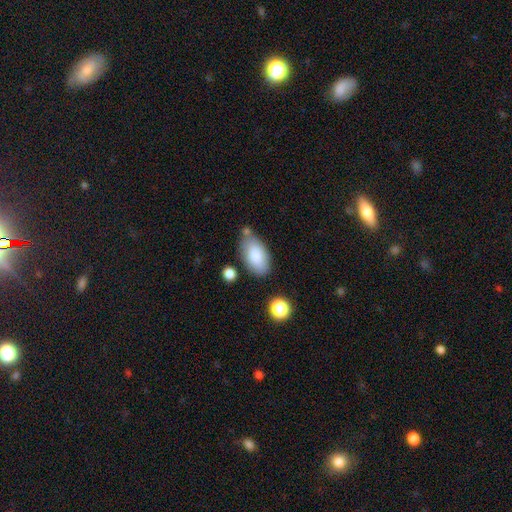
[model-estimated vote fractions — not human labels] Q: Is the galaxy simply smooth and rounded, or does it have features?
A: smooth — 84%.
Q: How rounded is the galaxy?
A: in between — 94%.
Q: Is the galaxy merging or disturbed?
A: none — 64%.